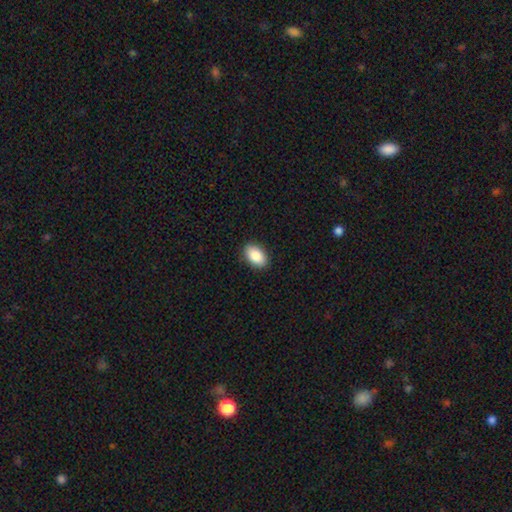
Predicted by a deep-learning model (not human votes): Smooth or featured?
  - smooth: 88% *
  - star or artifact: 7%
  - featured or disk: 5%
How rounded?
  - in between: 93% *
  - round: 6%
  - cigar-shaped: 1%
Merging?
  - none: 90% *
  - minor disturbance: 7%
  - major disturbance: 2%
  - merger: 1%